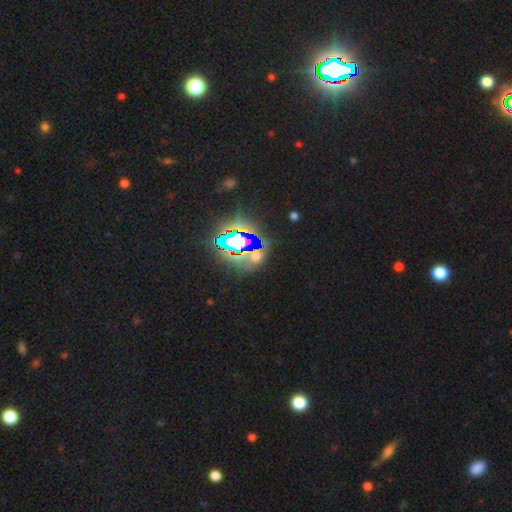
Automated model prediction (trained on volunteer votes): Smooth or featured? star or artifact (69%)